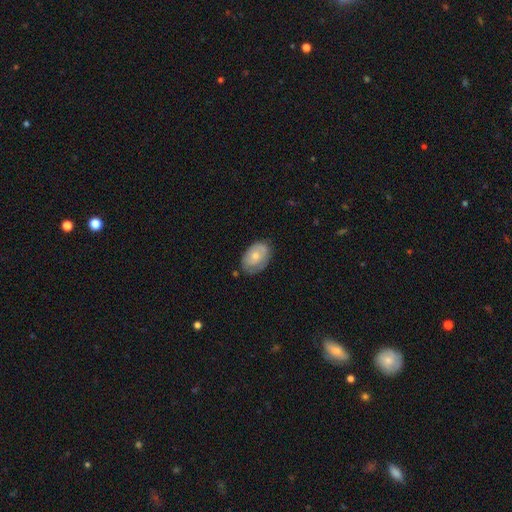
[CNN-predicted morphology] A smooth galaxy with no disk features (61%) that is in between round and cigar-shaped (84%). Merging: none (67%).